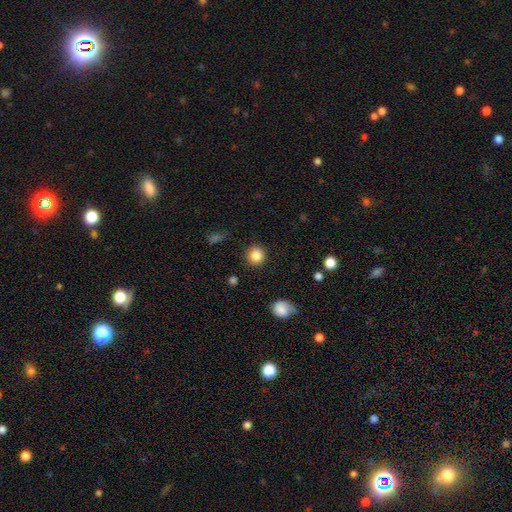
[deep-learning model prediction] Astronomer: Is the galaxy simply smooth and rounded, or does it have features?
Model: smooth — 85%.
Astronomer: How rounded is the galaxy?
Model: round — 91%.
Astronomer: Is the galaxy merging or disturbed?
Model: none — 90%.